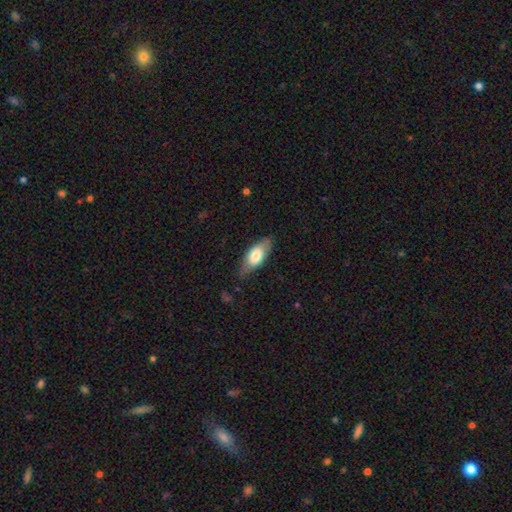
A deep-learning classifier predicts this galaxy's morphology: A smooth galaxy with no disk features (68%) that is in between round and cigar-shaped (79%).

Vote fractions:
- Smooth or featured? smooth: 68% / featured or disk: 27% / star or artifact: 6%
- How rounded? in between: 79% / cigar-shaped: 18% / round: 3%
- Merging? none: 77% / minor disturbance: 18% / major disturbance: 4% / merger: 1%